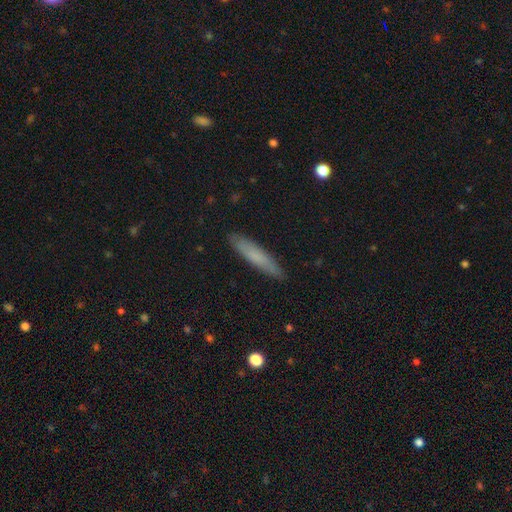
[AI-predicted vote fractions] This appears to be a smooth galaxy with no disk features (72%) that is cigar-shaped (87%). Merging: none (88%).